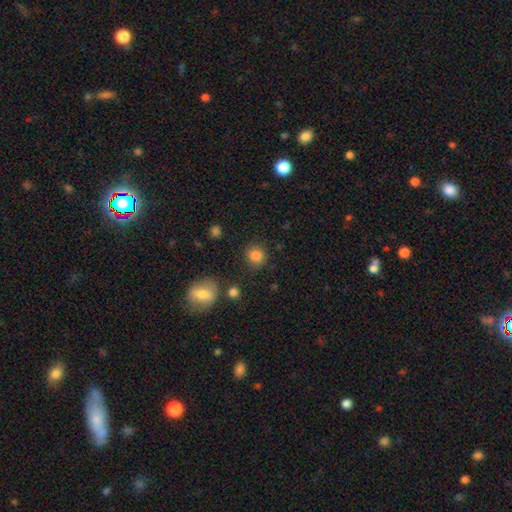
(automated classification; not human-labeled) smooth_or_featured: smooth (p=0.84) [alt: star or artifact p=0.11]
how_rounded: round (p=0.84) [alt: in between p=0.15]
merging: none (p=0.81) [alt: minor disturbance p=0.11]